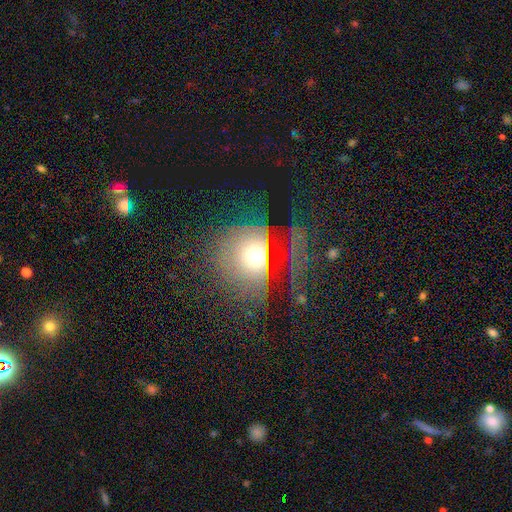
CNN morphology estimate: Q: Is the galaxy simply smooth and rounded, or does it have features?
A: smooth — 49%.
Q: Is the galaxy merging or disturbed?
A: major disturbance — 56%.